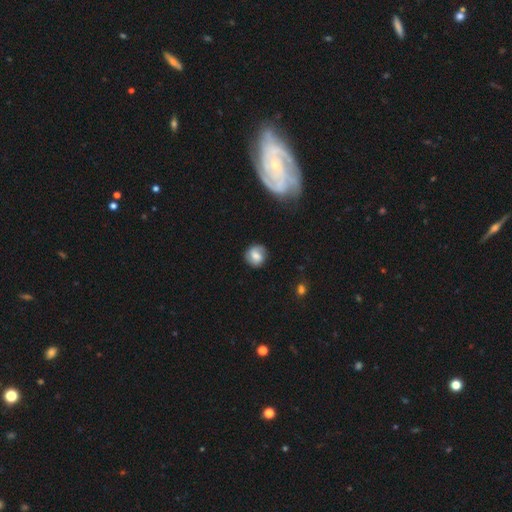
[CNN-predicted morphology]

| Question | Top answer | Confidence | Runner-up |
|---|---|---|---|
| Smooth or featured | smooth | 60% | featured or disk (31%) |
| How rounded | round | 80% | in between (19%) |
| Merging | none | 75% | minor disturbance (18%) |